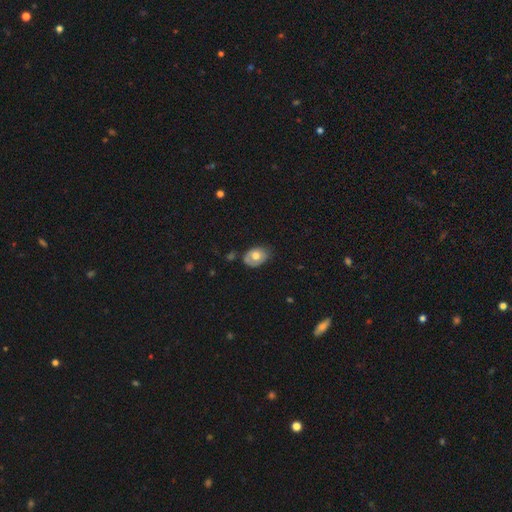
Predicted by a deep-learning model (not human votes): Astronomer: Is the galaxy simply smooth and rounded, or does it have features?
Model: smooth — 66%.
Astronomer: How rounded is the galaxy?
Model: in between — 79%.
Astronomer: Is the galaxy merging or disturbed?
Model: none — 58%.